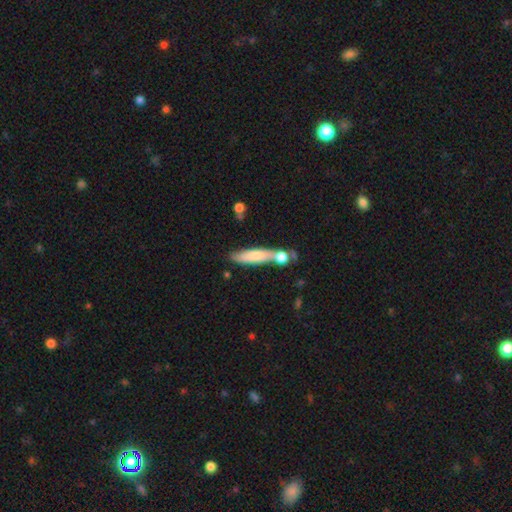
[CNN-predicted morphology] smooth-or-featured: smooth: 70% | featured or disk: 23% | star or artifact: 6%
  how-rounded: cigar-shaped: 76% | in between: 21% | round: 2%
  merging: none: 53% | merger: 28% | minor disturbance: 14% | major disturbance: 5%